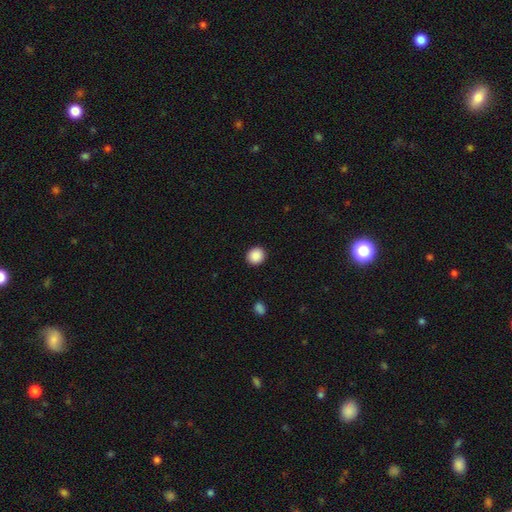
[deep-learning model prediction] Morphology: type=smooth (89%); roundness=round (87%); merging=none (92%).